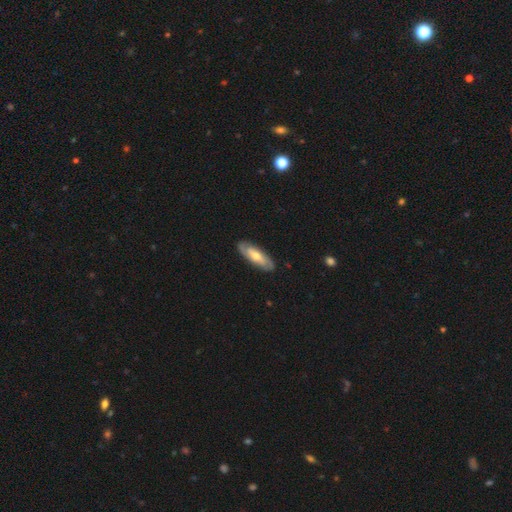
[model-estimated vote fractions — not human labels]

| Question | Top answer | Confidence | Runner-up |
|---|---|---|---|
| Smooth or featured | featured or disk | 56% | smooth (39%) |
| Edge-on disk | no | 77% | yes (23%) |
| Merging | none | 86% | minor disturbance (10%) |